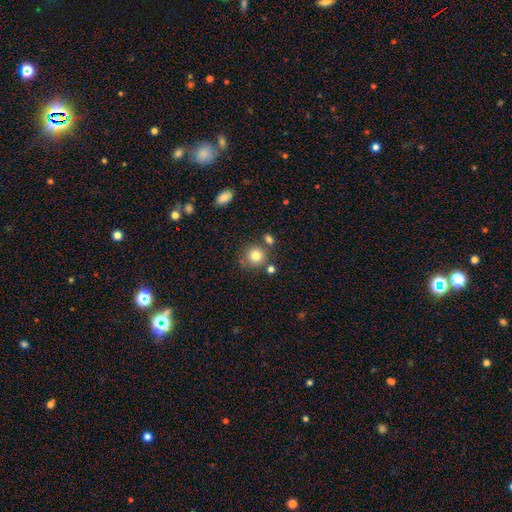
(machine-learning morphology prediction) A smooth galaxy with no disk features (80%) that is round (87%).

Vote fractions:
- Smooth or featured? smooth: 80% / star or artifact: 11% / featured or disk: 9%
- How rounded? round: 87% / in between: 12% / cigar-shaped: 1%
- Merging? none: 69% / merger: 14% / minor disturbance: 12% / major disturbance: 4%